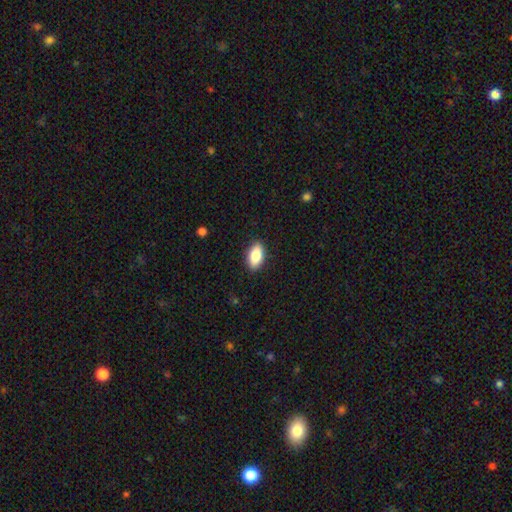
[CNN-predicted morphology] Smooth or featured: smooth — 84% (featured or disk — 9%)
How rounded: in between — 91% (cigar-shaped — 5%)
Merging: none — 88% (minor disturbance — 9%)